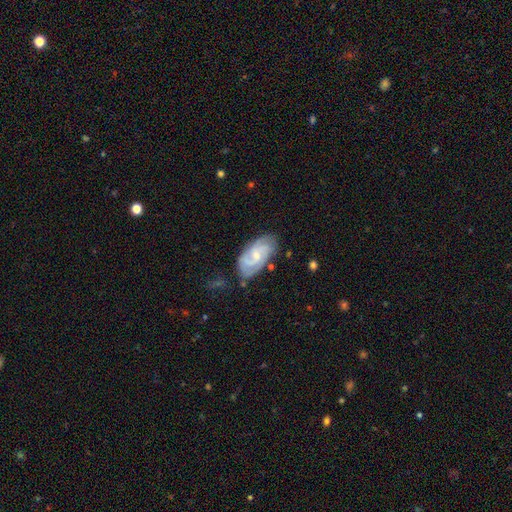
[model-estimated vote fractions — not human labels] Smooth or featured: featured or disk — 80% (smooth — 14%)
Edge-on disk: no — 96% (yes — 4%)
Bar: no — 51% (weak — 41%)
Spiral arms: yes — 96% (no — 4%)
Spiral winding: tight — 50% (medium — 40%)
Spiral arm count: 2 — 39% (3 — 29%)
Bulge size: small — 61% (moderate — 31%)
Merging: none — 73% (minor disturbance — 19%)